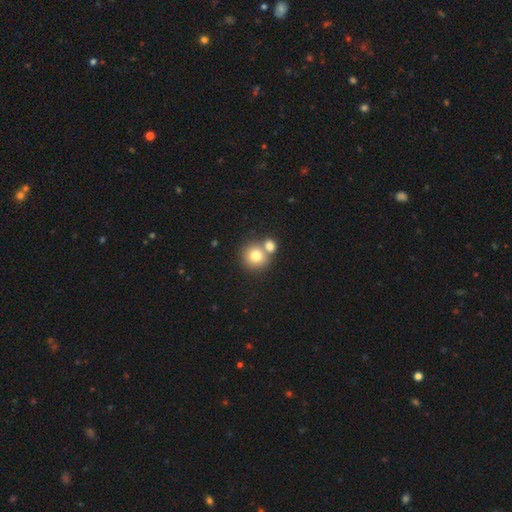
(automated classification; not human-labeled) This appears to be a smooth galaxy with no disk features (77%) that is round (88%). Merging: none (49%).